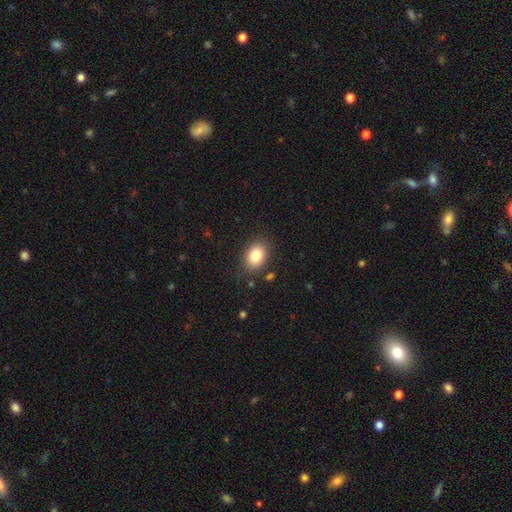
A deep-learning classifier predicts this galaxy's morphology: Smooth or featured?
  - smooth: 83% *
  - star or artifact: 9%
  - featured or disk: 8%
How rounded?
  - in between: 72% *
  - round: 27%
  - cigar-shaped: 1%
Merging?
  - none: 82% *
  - minor disturbance: 12%
  - major disturbance: 4%
  - merger: 2%